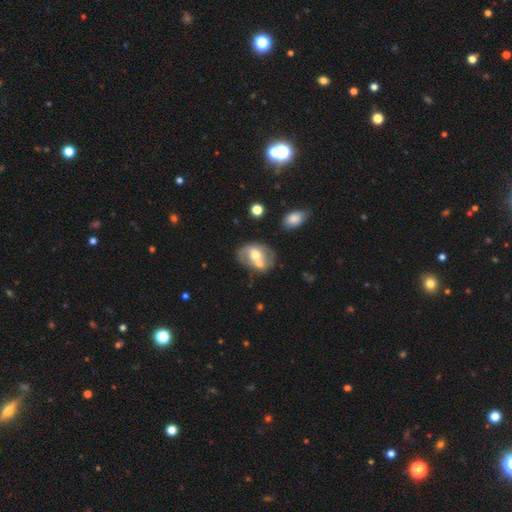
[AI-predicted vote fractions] Q: Smooth or featured?
A: featured or disk (55%); runner-up: smooth (38%)
Q: Edge-on disk?
A: no (95%); runner-up: yes (5%)
Q: Bar?
A: no (61%); runner-up: weak (27%)
Q: Spiral arms?
A: no (55%); runner-up: yes (45%)
Q: Bulge size?
A: moderate (68%); runner-up: small (18%)
Q: Merging?
A: merger (48%); runner-up: none (30%)